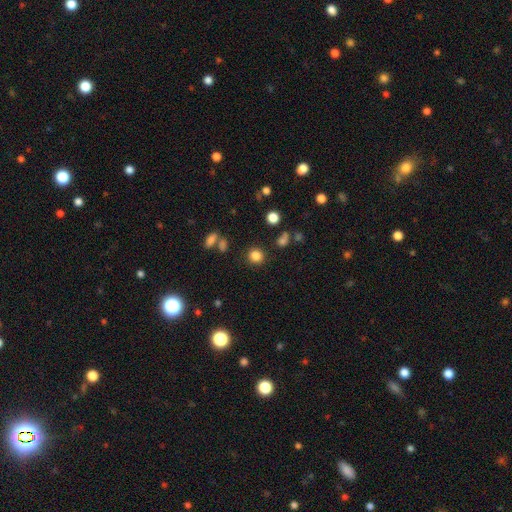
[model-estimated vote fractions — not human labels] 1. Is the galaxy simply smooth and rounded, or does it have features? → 83% smooth, 12% star or artifact, 5% featured or disk.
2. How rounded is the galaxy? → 86% round, 13% in between, 1% cigar-shaped.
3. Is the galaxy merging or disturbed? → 84% none, 8% minor disturbance, 4% merger, 4% major disturbance.